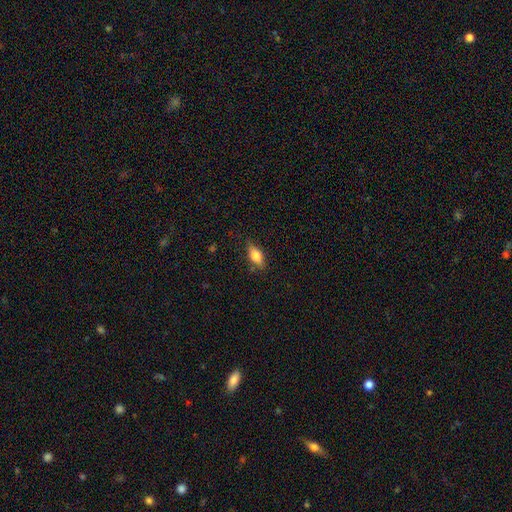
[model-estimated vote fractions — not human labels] Smooth or featured? smooth (68%)
How rounded? in between (78%)
Merging? none (79%)